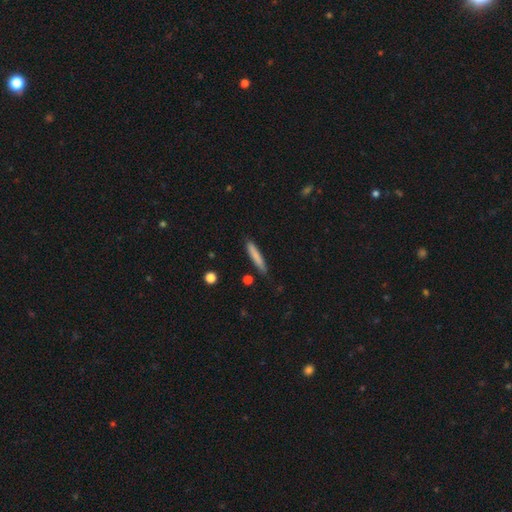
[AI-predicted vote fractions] A smooth galaxy with no disk features (79%) that is cigar-shaped (92%).

Vote fractions:
- Smooth or featured? smooth: 79% / featured or disk: 15% / star or artifact: 6%
- How rounded? cigar-shaped: 92% / in between: 6% / round: 1%
- Merging? none: 84% / minor disturbance: 12% / major disturbance: 2% / merger: 2%